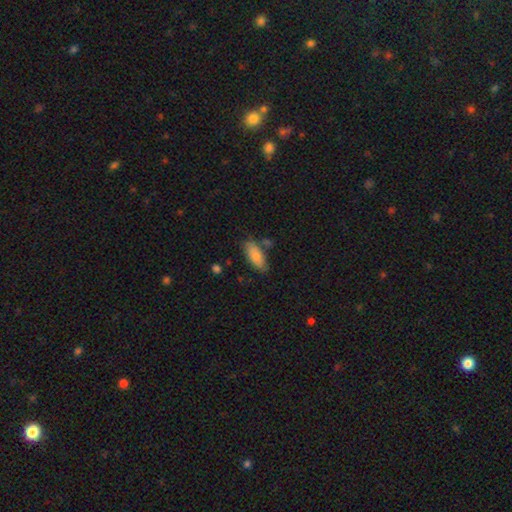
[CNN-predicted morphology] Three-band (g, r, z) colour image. It shows a smooth galaxy with no disk features (82%) that is in between round and cigar-shaped (82%). Merging: none (71%).